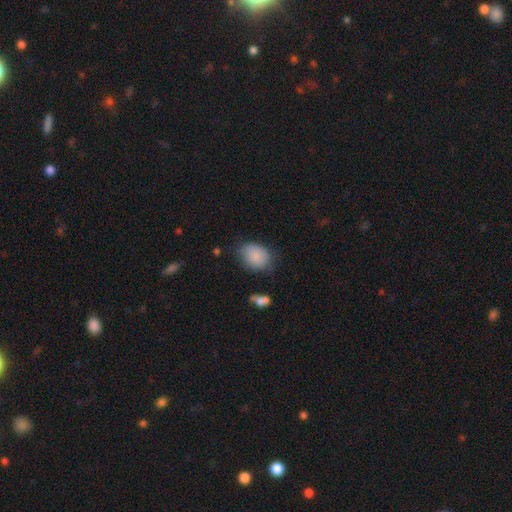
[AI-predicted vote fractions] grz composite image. It shows a smooth galaxy with no disk features (85%) that is in between round and cigar-shaped (68%). Merging: none (66%).